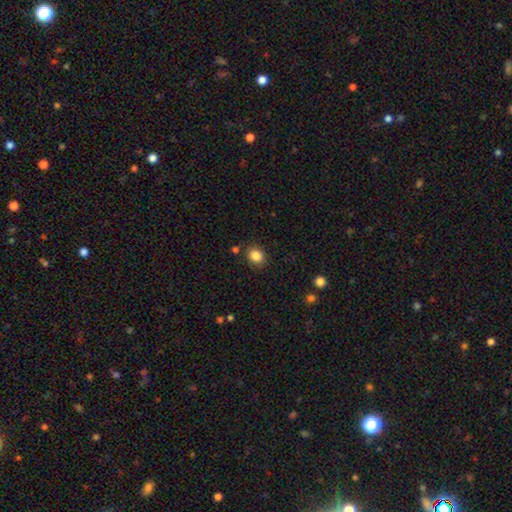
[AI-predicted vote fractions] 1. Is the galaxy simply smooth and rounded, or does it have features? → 86% smooth, 10% star or artifact, 4% featured or disk.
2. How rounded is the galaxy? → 54% round, 45% in between, 1% cigar-shaped.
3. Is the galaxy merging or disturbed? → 83% none, 11% minor disturbance, 3% merger, 3% major disturbance.